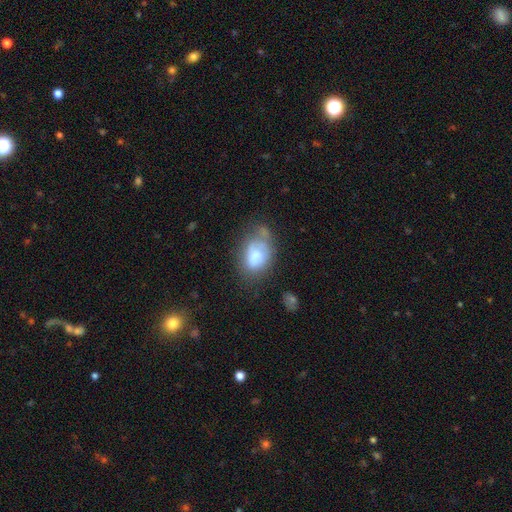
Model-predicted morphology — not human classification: Smooth or featured: smooth — 61% (featured or disk — 30%)
How rounded: in between — 81% (round — 18%)
Merging: none — 35% (minor disturbance — 32%)